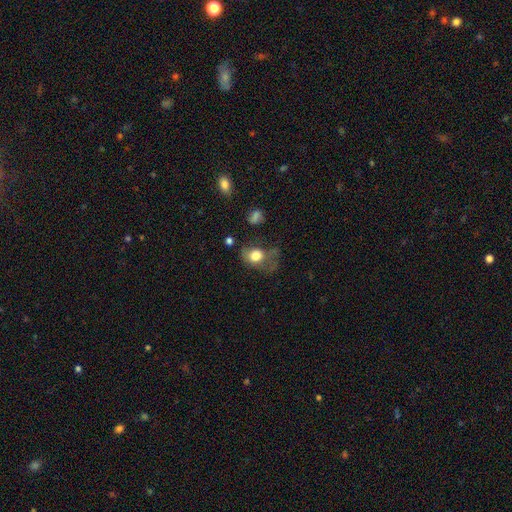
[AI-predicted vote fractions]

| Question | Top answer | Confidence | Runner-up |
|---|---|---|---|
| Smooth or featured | smooth | 72% | featured or disk (19%) |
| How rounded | in between | 52% | round (47%) |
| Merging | major disturbance | 40% | none (30%) |